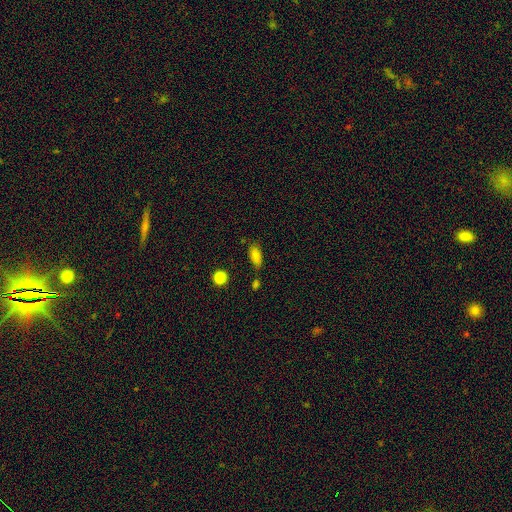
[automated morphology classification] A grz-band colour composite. It shows a smooth galaxy with no disk features (79%) that is in between round and cigar-shaped (84%). Merging: none (72%).